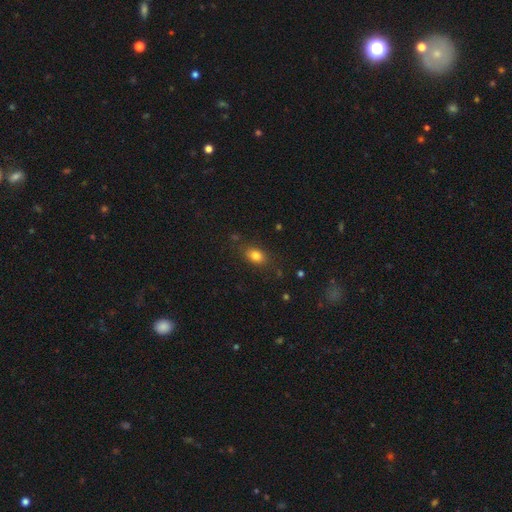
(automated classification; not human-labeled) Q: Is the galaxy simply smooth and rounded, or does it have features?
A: smooth — 81%.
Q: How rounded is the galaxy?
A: in between — 74%.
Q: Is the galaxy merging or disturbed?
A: none — 80%.